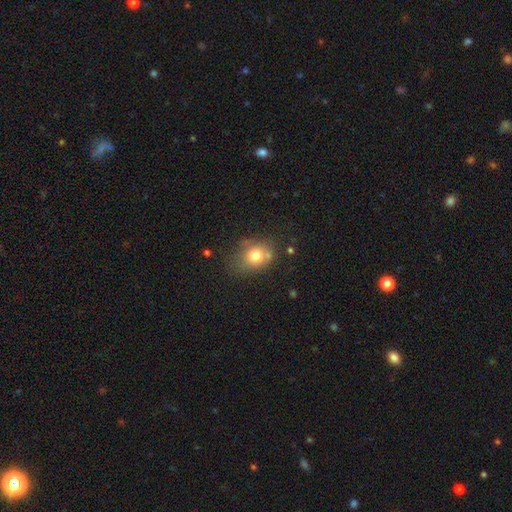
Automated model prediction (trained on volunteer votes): Overall: smooth (75%). How rounded: round (53%; in between 46%). Merging: none (57%; minor disturbance 24%).